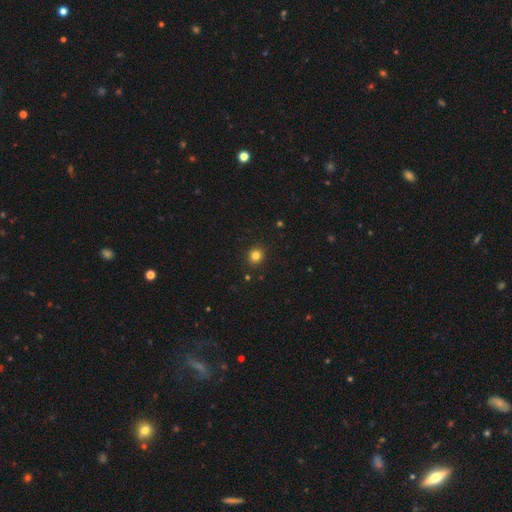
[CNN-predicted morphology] The model was most divided on "how rounded": round: 83%, in between: 16%, cigar-shaped: 1%. More confident: merging — none (91%); smooth or featured — smooth (81%).